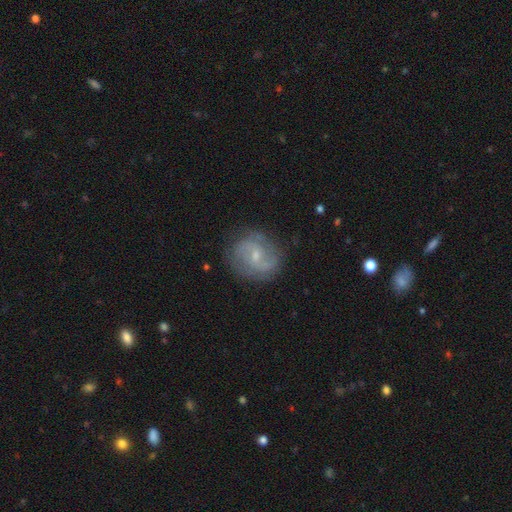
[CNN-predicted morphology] Q: Smooth or featured?
A: featured or disk (75%); runner-up: smooth (18%)
Q: Edge-on disk?
A: no (98%); runner-up: yes (2%)
Q: Bar?
A: weak (55%); runner-up: no (33%)
Q: Spiral arms?
A: yes (91%); runner-up: no (9%)
Q: Spiral winding?
A: medium (48%); runner-up: loose (27%)
Q: Spiral arm count?
A: 2 (80%); runner-up: can't tell (11%)
Q: Bulge size?
A: small (65%); runner-up: moderate (29%)
Q: Merging?
A: none (79%); runner-up: minor disturbance (14%)